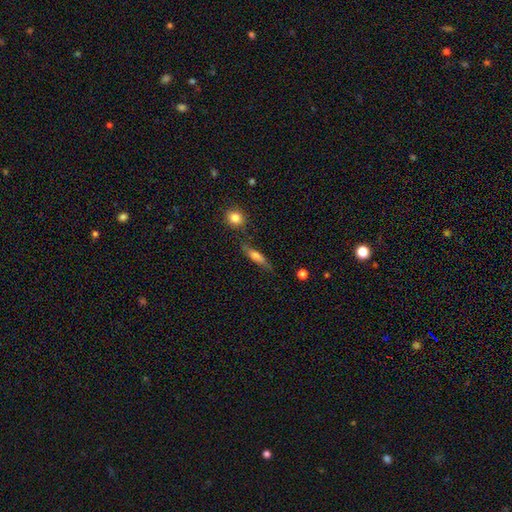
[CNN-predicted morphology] A smooth galaxy with no disk features (60%) that is cigar-shaped (69%). Merging: none (71%).